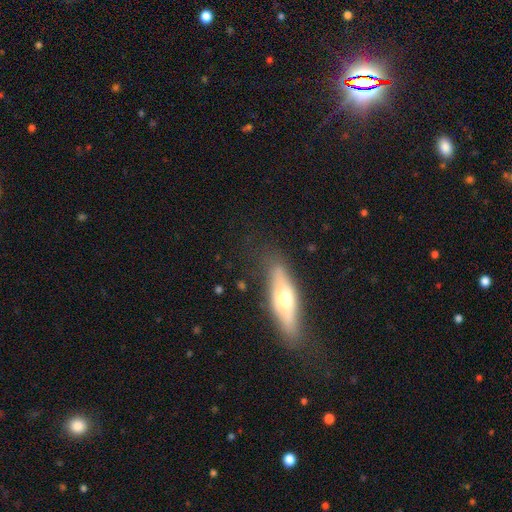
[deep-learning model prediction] Smooth or featured: featured or disk — 52% (smooth — 37%)
Edge-on disk: yes — 72% (no — 28%)
Merging: none — 74% (minor disturbance — 18%)